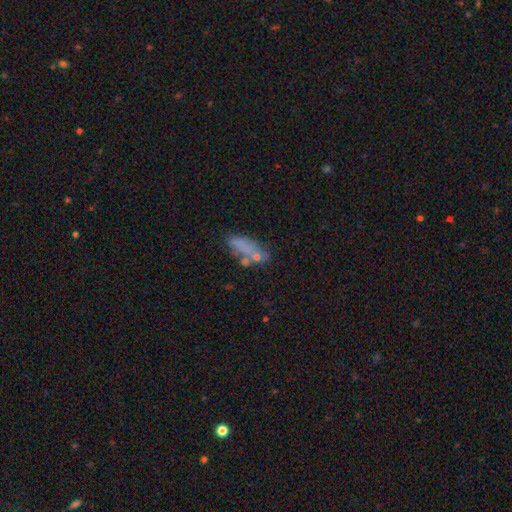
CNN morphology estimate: A smooth galaxy with no disk features (58%) that is in between round and cigar-shaped (68%). Merging: none (47%).